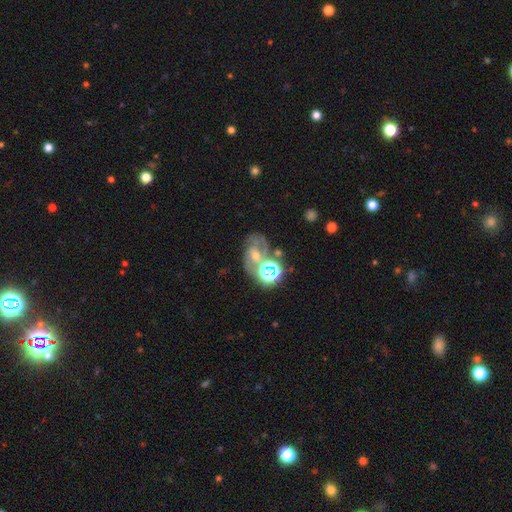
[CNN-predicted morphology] This is possibly a featured or disk galaxy (50%). Merging: marginally none (45%).